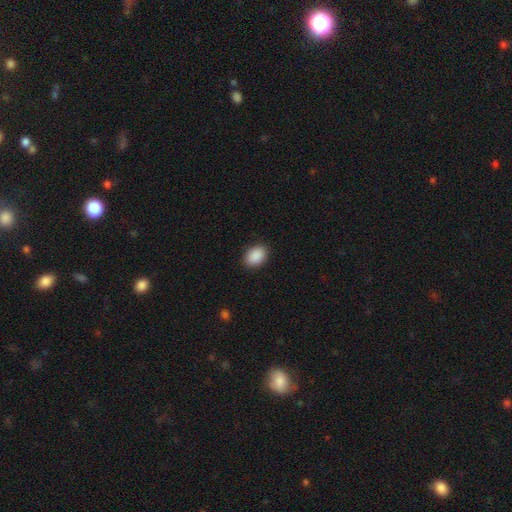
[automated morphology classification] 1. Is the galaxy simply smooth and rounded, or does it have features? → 90% smooth, 7% star or artifact, 2% featured or disk.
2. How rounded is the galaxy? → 78% in between, 21% round, 1% cigar-shaped.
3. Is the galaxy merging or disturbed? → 89% none, 8% minor disturbance, 2% major disturbance, 1% merger.